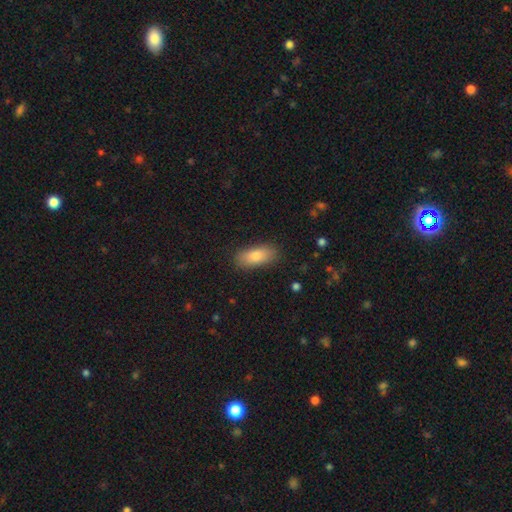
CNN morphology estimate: smooth 83%, featured or disk 10%, star or artifact 7%. Down the decision tree: how rounded — in between (82%); merging — none (86%).